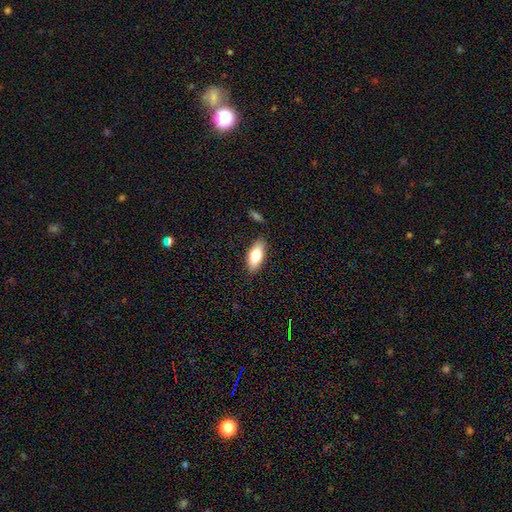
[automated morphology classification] Smooth or featured? Predicted: smooth (p=0.79). How rounded? Predicted: in between (p=0.85). Merging? Predicted: none (p=0.84).